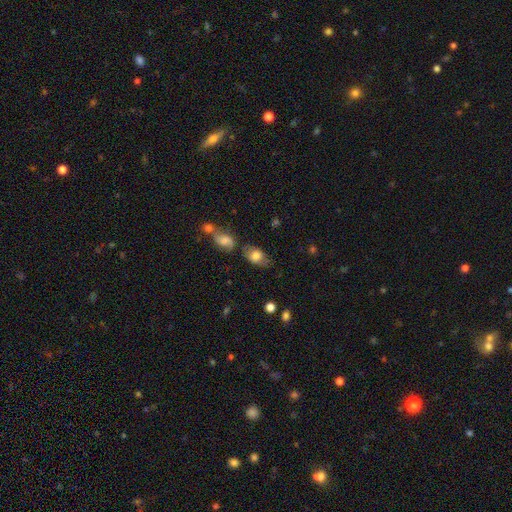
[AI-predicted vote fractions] A smooth galaxy with no disk features (74%) that is in between round and cigar-shaped (86%). Merging: none (62%).